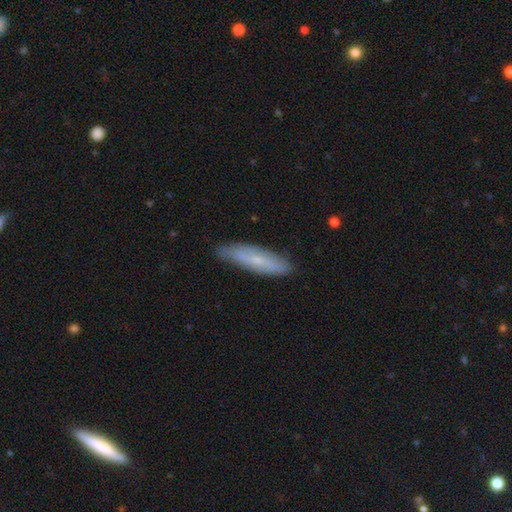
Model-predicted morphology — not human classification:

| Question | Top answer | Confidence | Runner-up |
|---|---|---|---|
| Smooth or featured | smooth | 53% | featured or disk (38%) |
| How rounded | cigar-shaped | 76% | in between (22%) |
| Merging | none | 87% | minor disturbance (10%) |